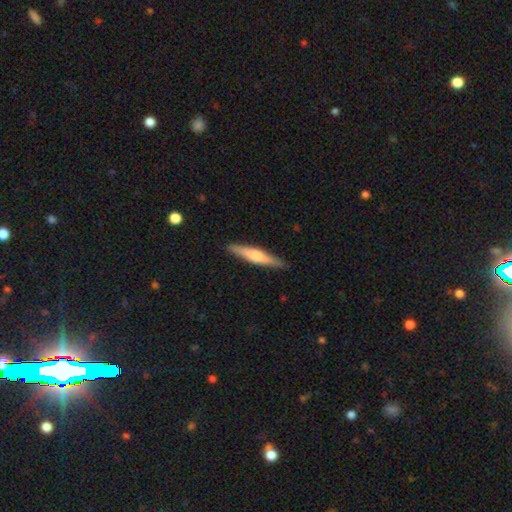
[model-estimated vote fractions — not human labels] smooth-or-featured: smooth: 51% | featured or disk: 43% | star or artifact: 5%
  how-rounded: cigar-shaped: 89% | in between: 10% | round: 2%
  merging: none: 89% | minor disturbance: 8% | major disturbance: 2% | merger: 1%